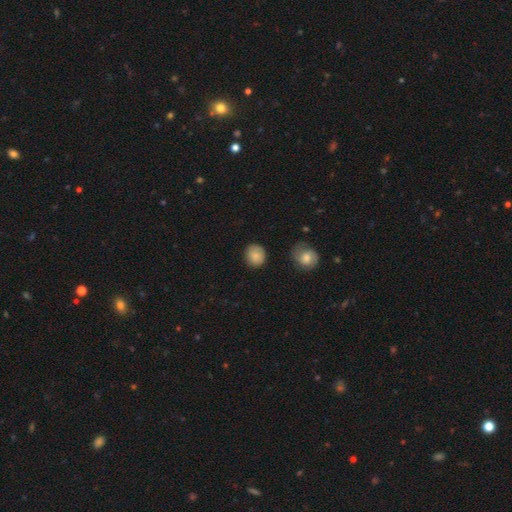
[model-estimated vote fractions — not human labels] Morphology: type=smooth (86%); roundness=round (79%); merging=none (83%).